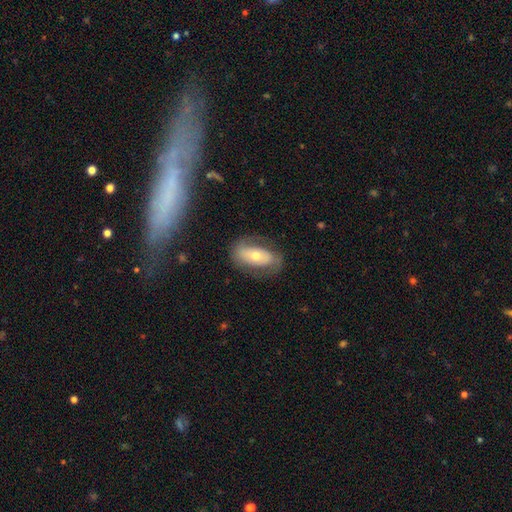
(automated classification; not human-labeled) Smooth or featured? Predicted: featured or disk (p=0.48). Merging? Predicted: none (p=0.70).